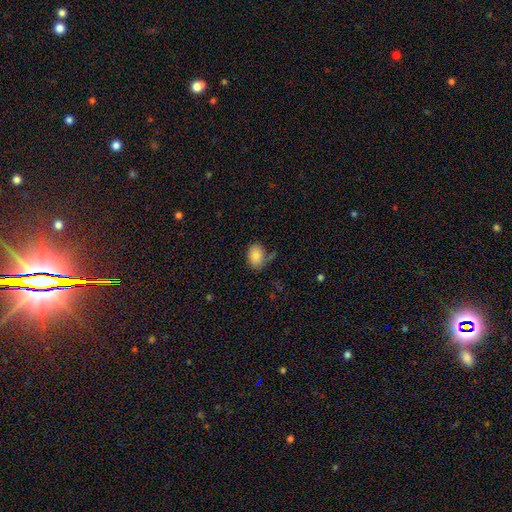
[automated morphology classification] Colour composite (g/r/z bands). It shows a smooth galaxy with no disk features (84%) that is in between round and cigar-shaped (76%). Merging: none (66%).